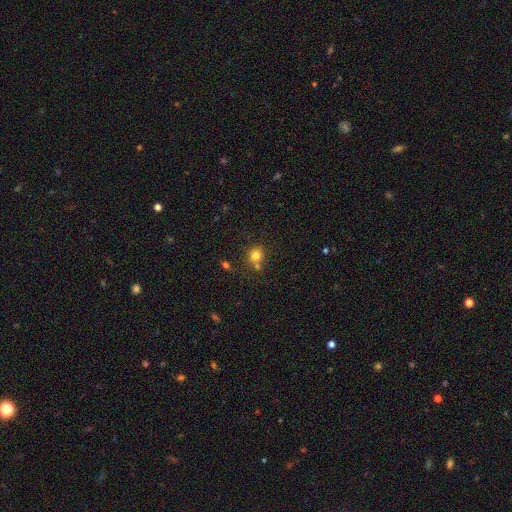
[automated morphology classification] smooth 79%, star or artifact 13%, featured or disk 8%. Down the decision tree: how rounded — round (84%); merging — none (63%).